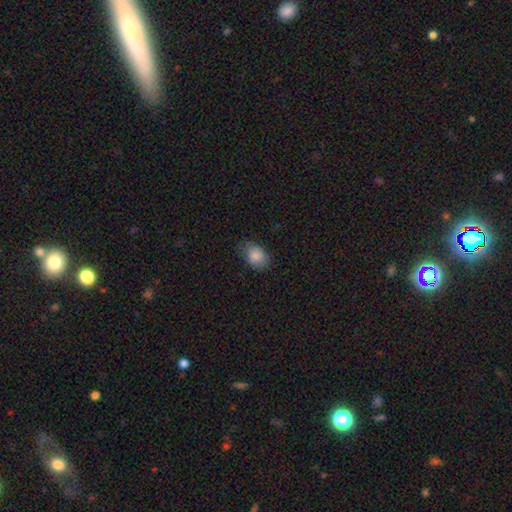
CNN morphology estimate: Smooth or featured? smooth (86%)
How rounded? in between (80%)
Merging? none (73%)